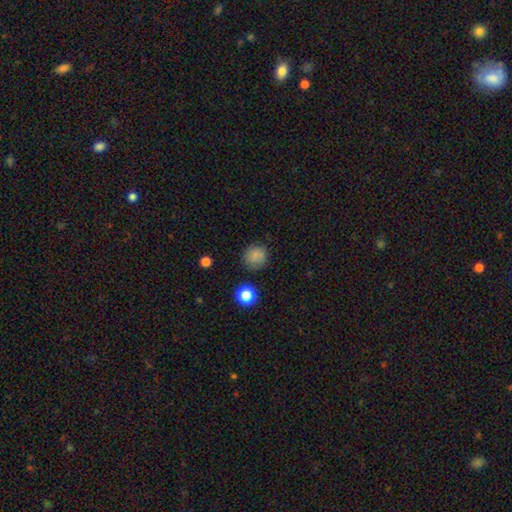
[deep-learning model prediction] Overall: smooth (83%). How rounded: round (93%). Merging: none (85%).